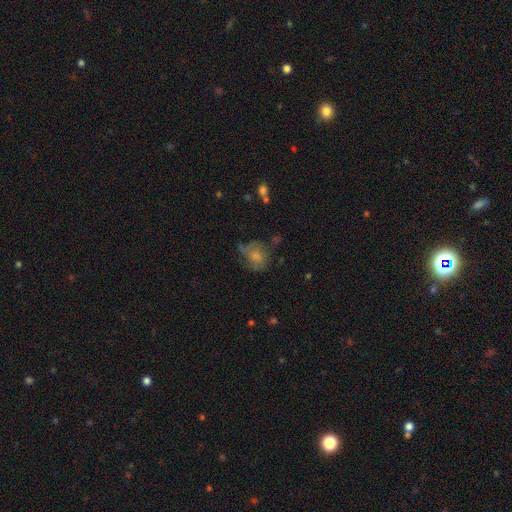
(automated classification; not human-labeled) smooth_or_featured: smooth (p=0.54) [alt: featured or disk p=0.35]
how_rounded: round (p=0.51) [alt: in between p=0.48]
merging: none (p=0.39) [alt: major disturbance p=0.29]